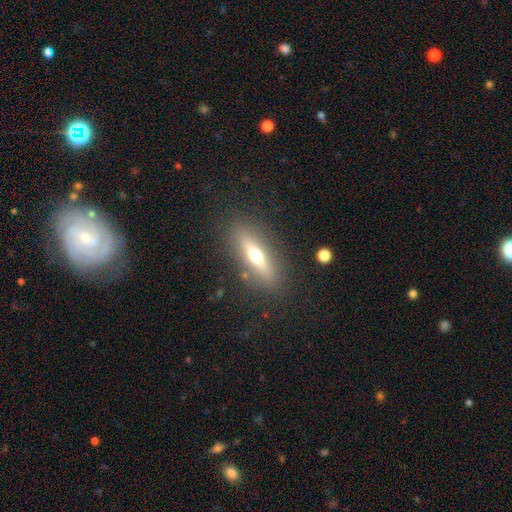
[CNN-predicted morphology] Q: Smooth or featured?
A: featured or disk (48%); runner-up: smooth (44%)
Q: Merging?
A: none (85%); runner-up: minor disturbance (9%)